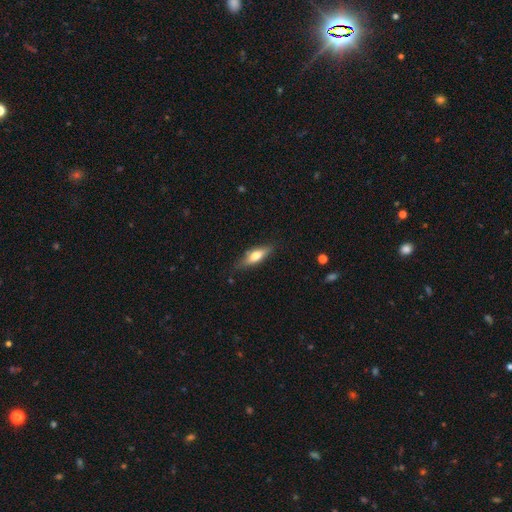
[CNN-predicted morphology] This appears to be a smooth galaxy with no disk features (57%) that is cigar-shaped (49%). Merging: none (78%).